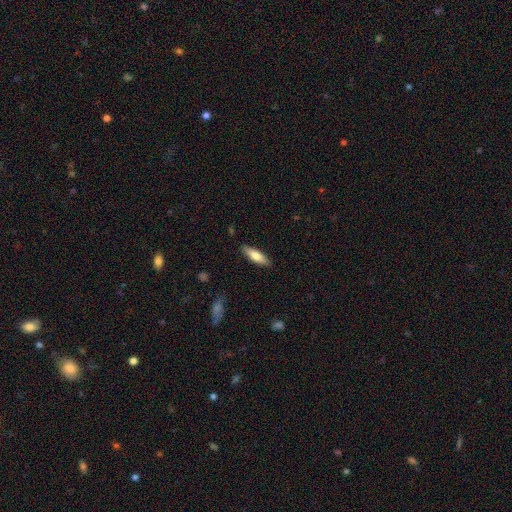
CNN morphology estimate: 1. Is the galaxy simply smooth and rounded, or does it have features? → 75% smooth, 20% featured or disk, 6% star or artifact.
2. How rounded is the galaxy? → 52% cigar-shaped, 47% in between, 2% round.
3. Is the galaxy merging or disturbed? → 87% none, 10% minor disturbance, 2% major disturbance, 1% merger.